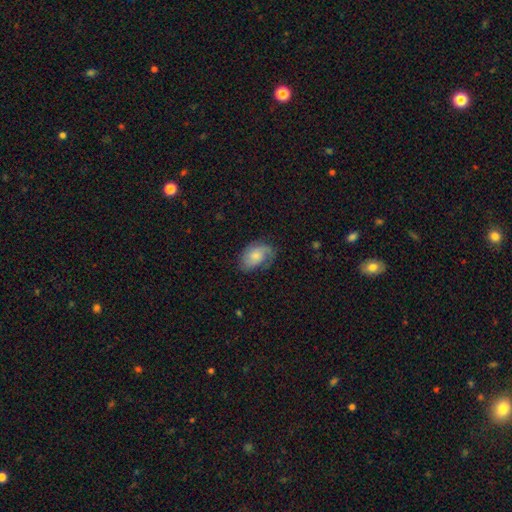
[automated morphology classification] The model was most divided on "smooth or featured": featured or disk: 50%, smooth: 42%, star or artifact: 7%. More confident: edge-on disk — no (96%); merging — none (60%).